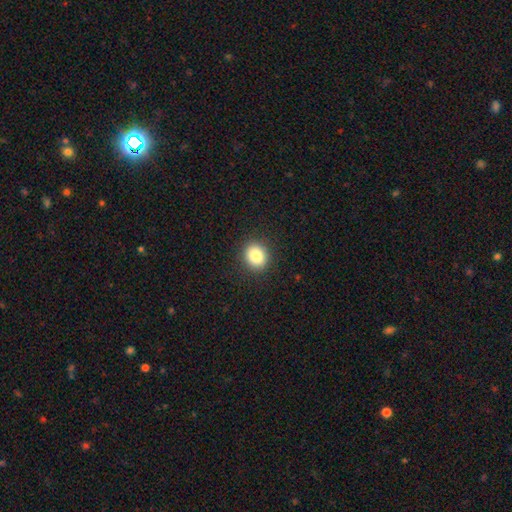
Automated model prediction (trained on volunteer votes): Overall: smooth (85%). How rounded: round (74%). Merging: none (91%).